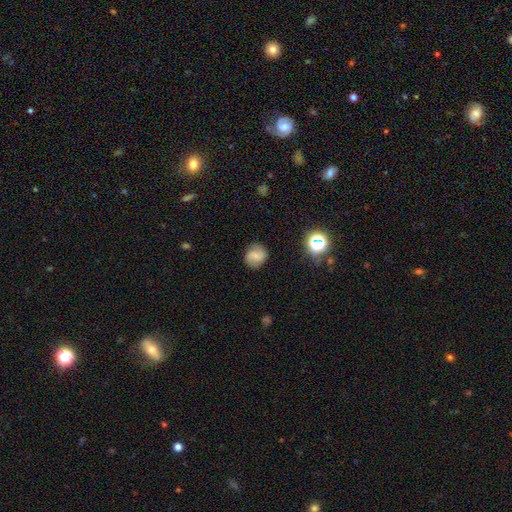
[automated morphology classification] smooth 54%, featured or disk 34%, star or artifact 13%. Down the decision tree: how rounded — round (77%); merging — none (81%).